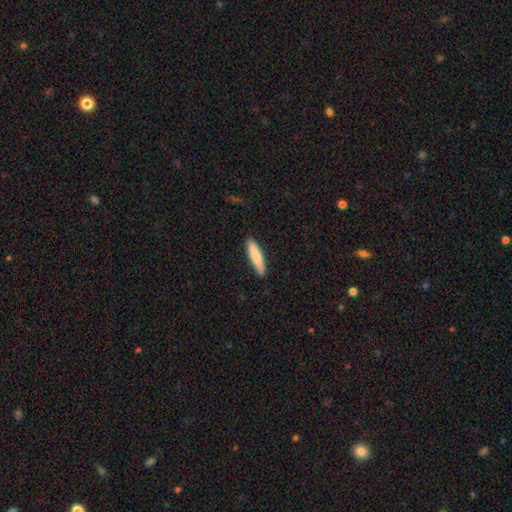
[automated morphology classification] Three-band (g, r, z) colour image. It shows a smooth galaxy with no disk features (80%) that is cigar-shaped (83%). Merging: none (88%).